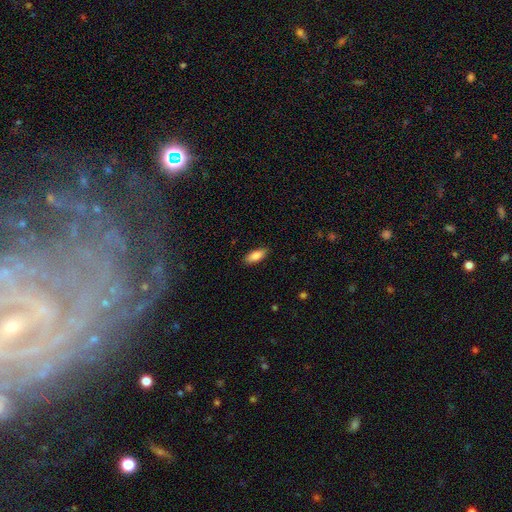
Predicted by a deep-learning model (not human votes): Smooth or featured: smooth — 82% (featured or disk — 12%)
How rounded: in between — 76% (cigar-shaped — 22%)
Merging: none — 88% (minor disturbance — 9%)